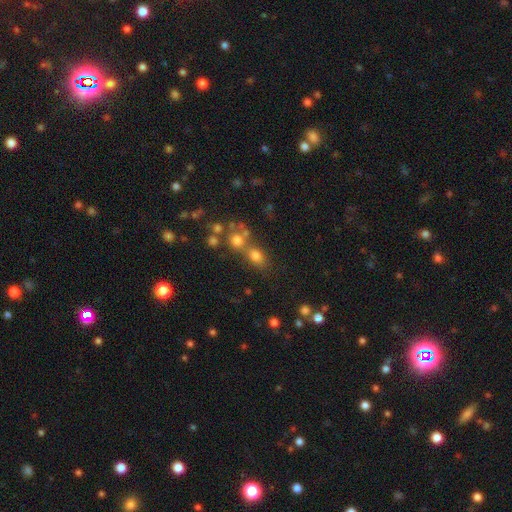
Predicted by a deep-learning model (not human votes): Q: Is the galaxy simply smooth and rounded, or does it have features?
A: smooth — 73%.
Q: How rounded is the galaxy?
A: in between — 58%.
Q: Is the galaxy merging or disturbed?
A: none — 49%.